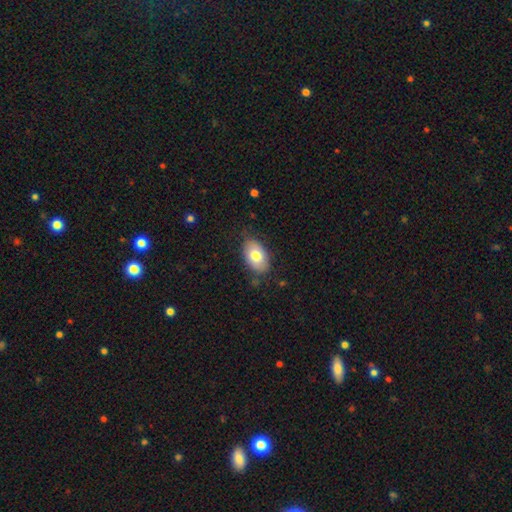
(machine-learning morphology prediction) This is likely a smooth galaxy (76%). How rounded: clearly in between (91%). Merging: likely none (78%).